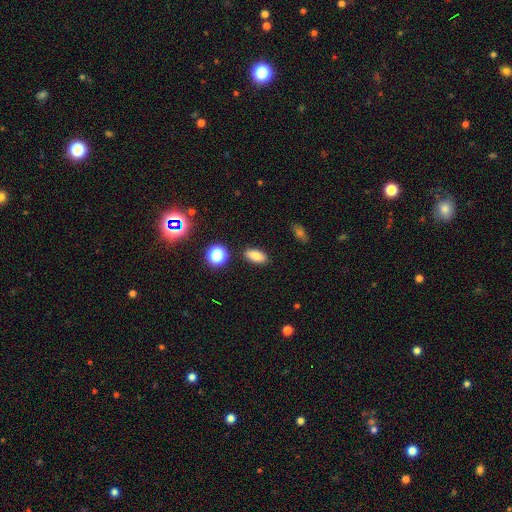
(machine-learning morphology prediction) smooth_or_featured: smooth (p=0.83) [alt: star or artifact p=0.11]
how_rounded: in between (p=0.82) [alt: cigar-shaped p=0.12]
merging: none (p=0.87) [alt: minor disturbance p=0.08]